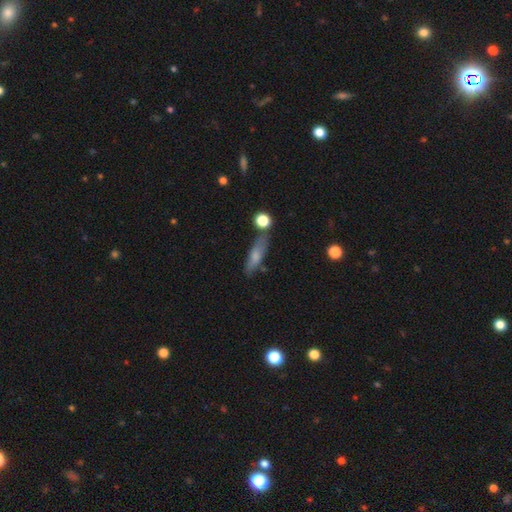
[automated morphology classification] Q: Smooth or featured?
A: smooth (69%); runner-up: featured or disk (24%)
Q: How rounded?
A: cigar-shaped (62%); runner-up: in between (34%)
Q: Merging?
A: none (70%); runner-up: minor disturbance (17%)